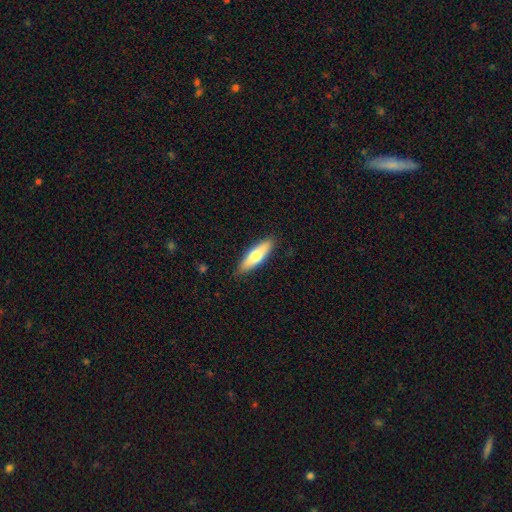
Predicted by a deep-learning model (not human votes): Smooth or featured: smooth — 64% (featured or disk — 30%)
How rounded: cigar-shaped — 58% (in between — 41%)
Merging: none — 88% (minor disturbance — 9%)